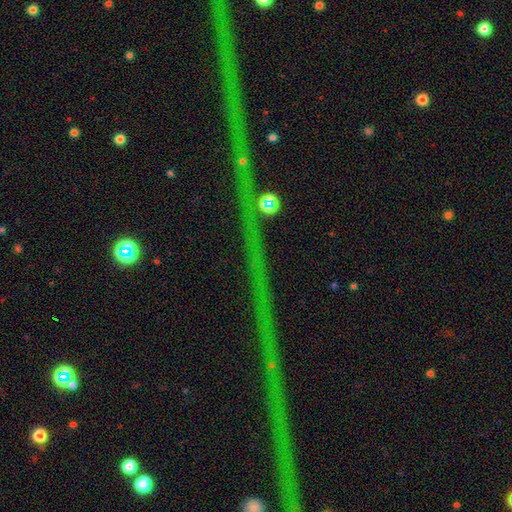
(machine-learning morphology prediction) Smooth or featured? Predicted: star or artifact (p=0.72).